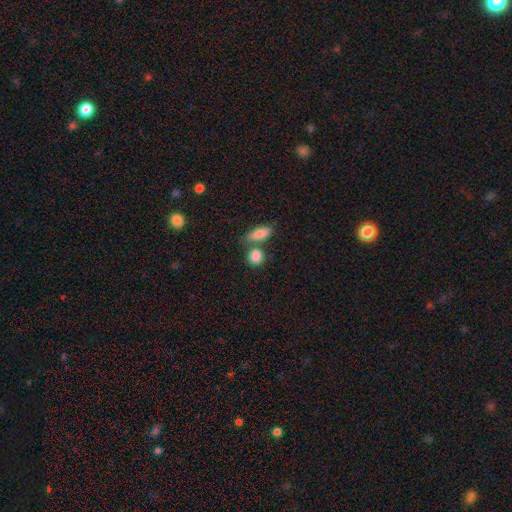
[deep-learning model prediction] Q: Smooth or featured?
A: smooth (86%); runner-up: star or artifact (8%)
Q: How rounded?
A: round (55%); runner-up: in between (40%)
Q: Merging?
A: none (52%); runner-up: merger (32%)